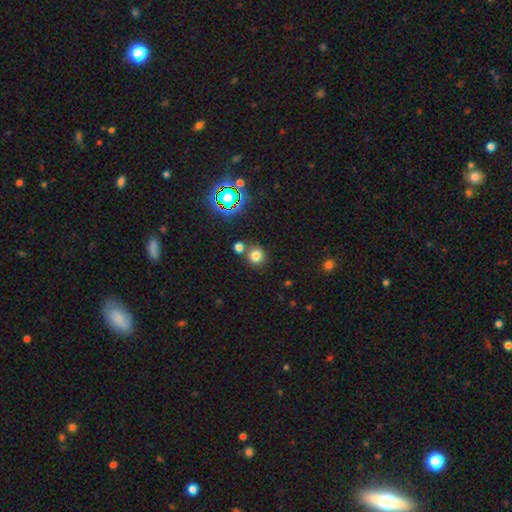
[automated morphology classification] smooth 75%, star or artifact 18%, featured or disk 6%. Down the decision tree: how rounded — round (87%); merging — none (69%).